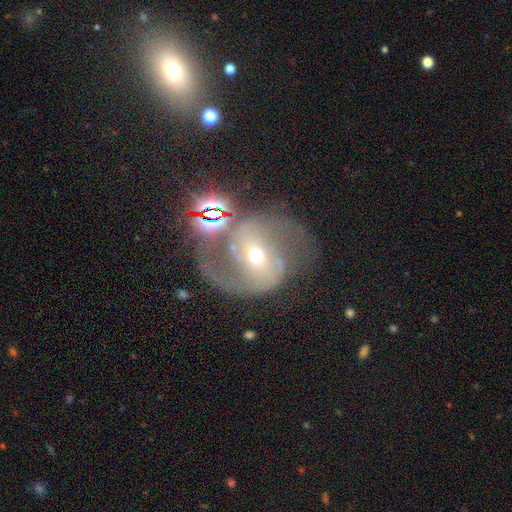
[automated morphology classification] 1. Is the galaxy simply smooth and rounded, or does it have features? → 84% featured or disk, 10% star or artifact, 6% smooth.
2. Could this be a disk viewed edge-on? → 98% no, 2% yes.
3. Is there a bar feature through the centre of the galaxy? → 39% weak, 34% no, 26% strong.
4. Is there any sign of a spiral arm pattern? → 96% yes, 4% no.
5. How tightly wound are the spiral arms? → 55% medium, 24% loose, 21% tight.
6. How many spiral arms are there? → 87% 2, 5% can't tell, 3% 1, 3% 3, 1% 4, 1% more than 4.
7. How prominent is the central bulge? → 49% moderate, 47% small, 2% large, 1% none, 1% dominant.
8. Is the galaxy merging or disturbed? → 58% none, 17% minor disturbance, 16% major disturbance, 10% merger.